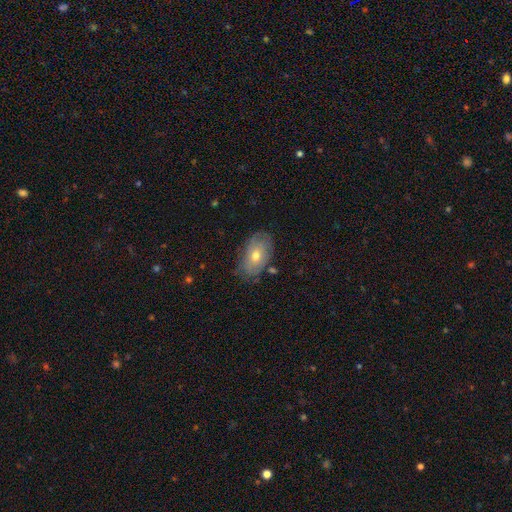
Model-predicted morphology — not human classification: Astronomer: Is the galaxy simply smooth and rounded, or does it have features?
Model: smooth — 55% (runner-up: featured or disk, 38%).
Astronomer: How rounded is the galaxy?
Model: in between — 90%.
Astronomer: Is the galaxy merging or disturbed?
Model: none — 74%.